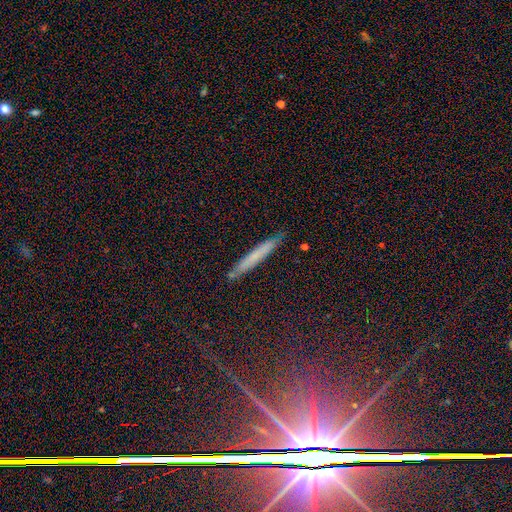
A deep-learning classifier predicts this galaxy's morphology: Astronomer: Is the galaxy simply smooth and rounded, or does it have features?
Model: smooth — 61%.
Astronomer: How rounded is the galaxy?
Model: cigar-shaped — 96%.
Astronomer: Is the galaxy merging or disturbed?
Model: none — 87%.